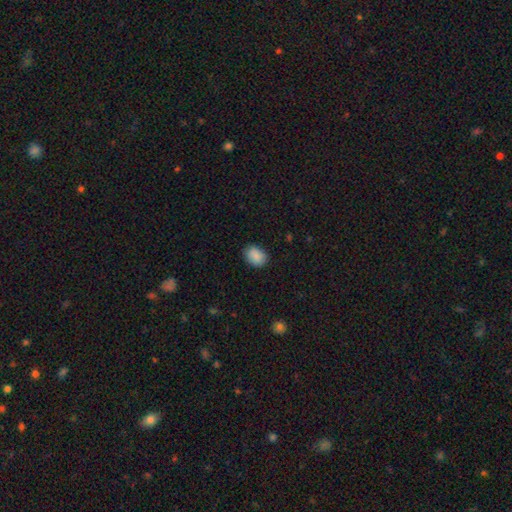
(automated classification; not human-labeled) Overall: smooth (89%). How rounded: in between (61%; round 38%). Merging: none (82%).